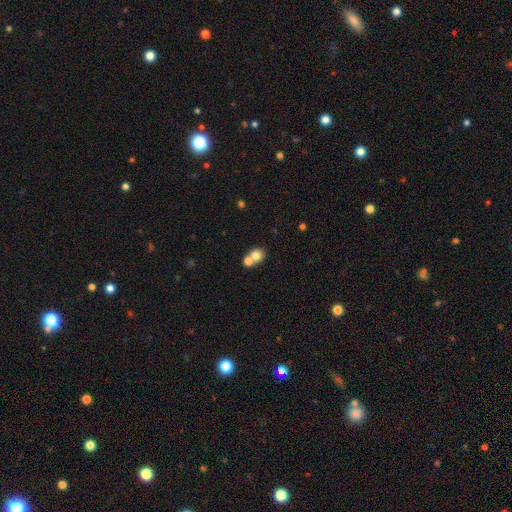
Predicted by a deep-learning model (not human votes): The model was most divided on "merging": merger: 53%, none: 39%, minor disturbance: 6%, major disturbance: 3%. More confident: smooth or featured — smooth (76%); how rounded — round (71%).